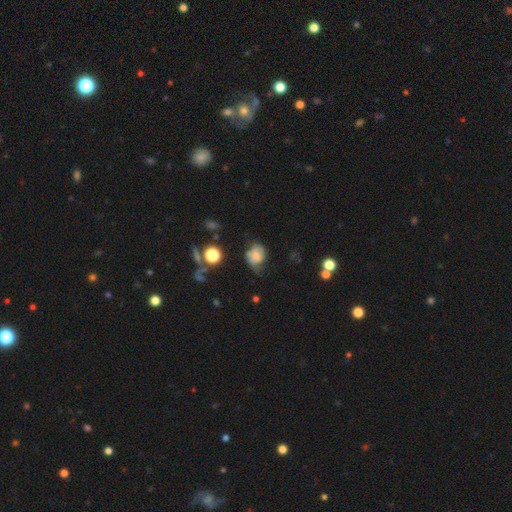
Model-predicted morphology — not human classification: Smooth or featured? smooth (67%)
How rounded? round (54%)
Merging? none (41%)